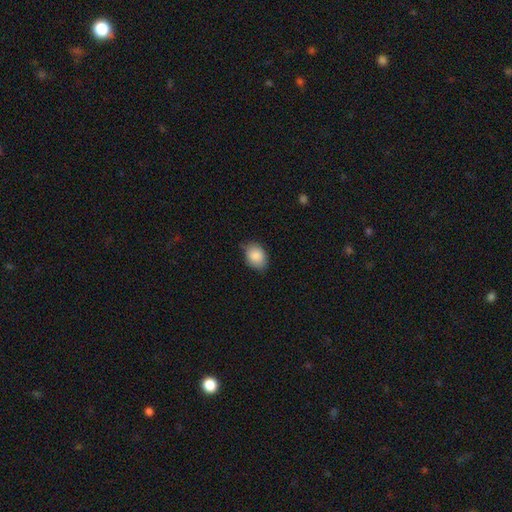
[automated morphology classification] The model was most divided on "merging": none: 69%, minor disturbance: 26%, major disturbance: 4%, merger: 1%. More confident: smooth or featured — smooth (88%); how rounded — in between (71%).